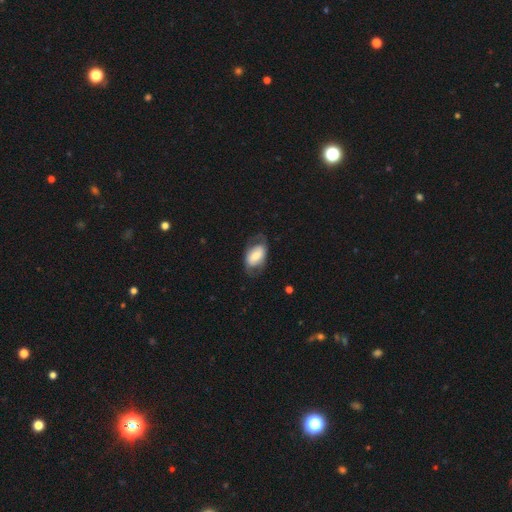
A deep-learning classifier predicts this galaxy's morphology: Overall: smooth (54%; featured or disk 39%). How rounded: in between (90%). Merging: none (62%).